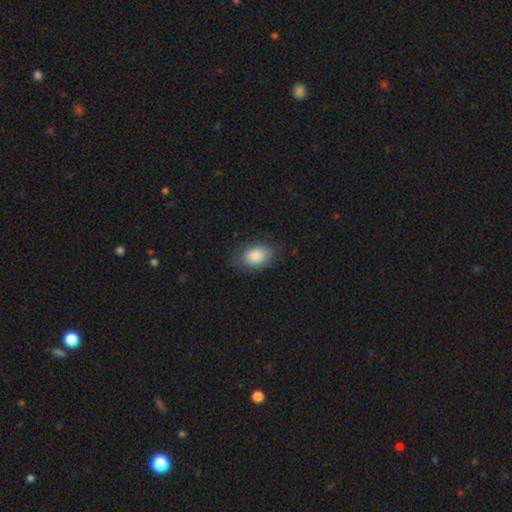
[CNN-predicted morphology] smooth_or_featured: smooth (p=0.85) [alt: featured or disk p=0.08]
how_rounded: in between (p=0.86) [alt: round p=0.13]
merging: none (p=0.78) [alt: minor disturbance p=0.17]